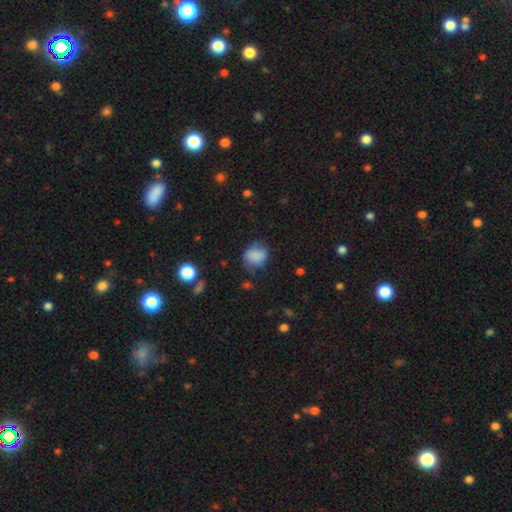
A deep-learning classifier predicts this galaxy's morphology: This is likely a smooth galaxy (77%). How rounded: possibly round (57%). Merging: possibly none (54%).